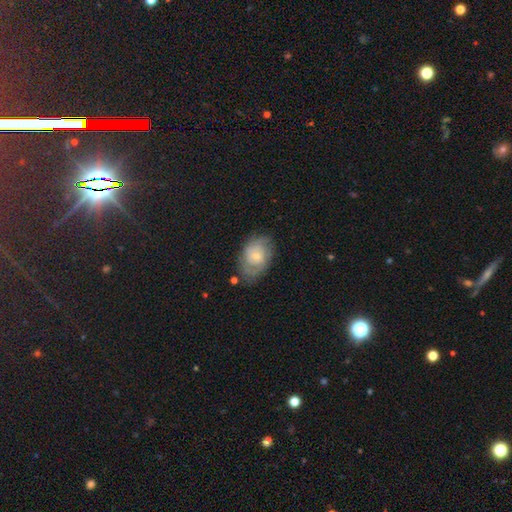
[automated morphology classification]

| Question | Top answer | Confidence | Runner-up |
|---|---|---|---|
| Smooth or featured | featured or disk | 66% | smooth (27%) |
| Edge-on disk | no | 97% | yes (3%) |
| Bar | no | 71% | weak (25%) |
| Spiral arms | yes | 86% | no (14%) |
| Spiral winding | tight | 56% | medium (33%) |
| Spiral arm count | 2 | 40% | can't tell (36%) |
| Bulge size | small | 61% | moderate (33%) |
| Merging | none | 67% | minor disturbance (22%) |